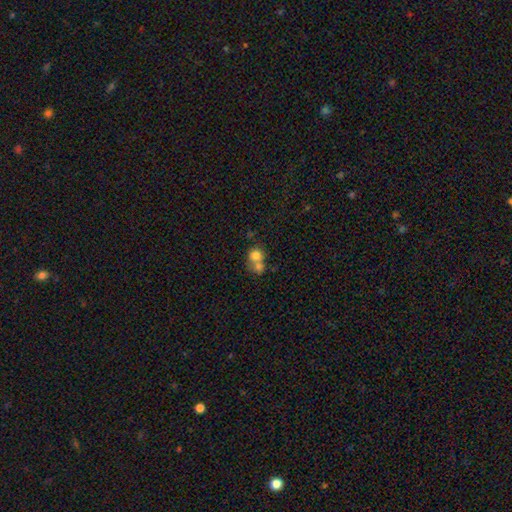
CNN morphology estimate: Smooth or featured? Predicted: smooth (p=0.74). How rounded? Predicted: round (p=0.77). Merging? Predicted: merger (p=0.64).